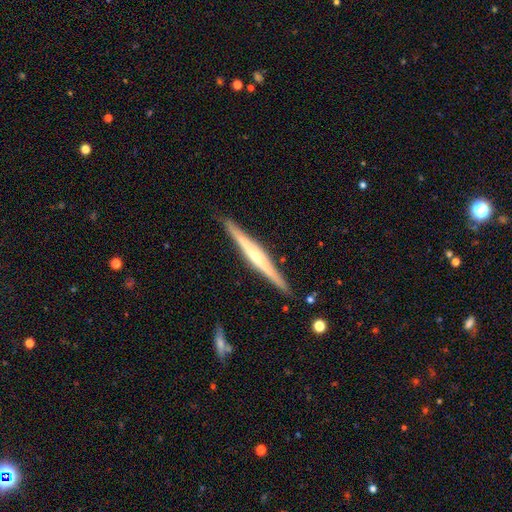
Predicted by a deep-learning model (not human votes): This is likely a featured or disk galaxy (75%). It is clearly viewed edge-on (98%). Edge-on bulge: likely rounded (70%). Merging: clearly none (91%).